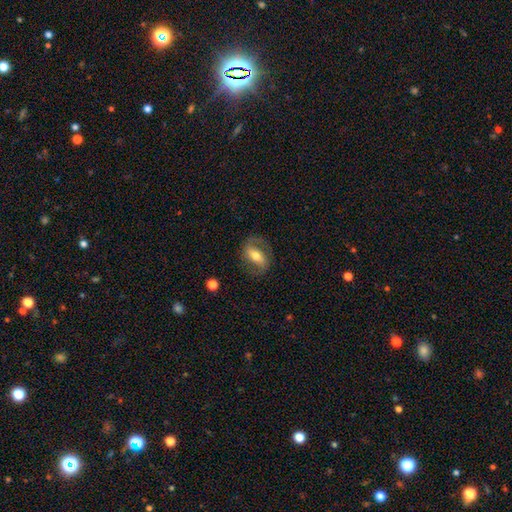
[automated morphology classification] Smooth or featured? Predicted: featured or disk (p=0.70). Edge-on disk? Predicted: no (p=0.93). Bar? Predicted: strong (p=0.49). Spiral arms? Predicted: yes (p=0.83). Spiral winding? Predicted: medium (p=0.47). Spiral arm count? Predicted: 2 (p=0.83). Bulge size? Predicted: moderate (p=0.68). Merging? Predicted: none (p=0.75).